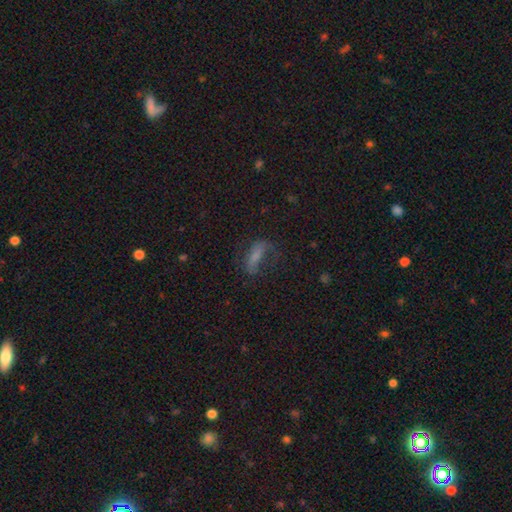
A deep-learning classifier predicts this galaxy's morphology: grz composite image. It shows a smooth galaxy with no disk features (51%) that is in between round and cigar-shaped (61%). Merging: none (44%).